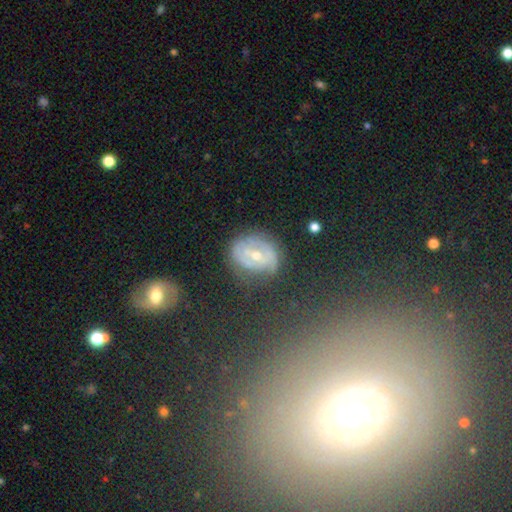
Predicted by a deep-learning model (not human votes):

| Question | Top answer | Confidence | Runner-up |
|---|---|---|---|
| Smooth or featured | featured or disk | 70% | smooth (20%) |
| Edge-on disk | no | 96% | yes (4%) |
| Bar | no | 45% | weak (39%) |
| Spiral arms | yes | 76% | no (24%) |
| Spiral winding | tight | 57% | medium (31%) |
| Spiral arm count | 2 | 45% | can't tell (33%) |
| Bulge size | moderate | 52% | small (44%) |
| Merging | none | 66% | minor disturbance (23%) |